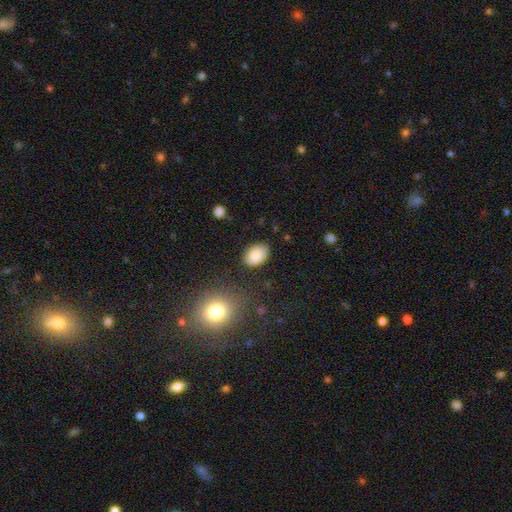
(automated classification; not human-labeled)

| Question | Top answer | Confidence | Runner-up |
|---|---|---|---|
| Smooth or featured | smooth | 85% | featured or disk (8%) |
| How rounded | in between | 82% | round (17%) |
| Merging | none | 83% | minor disturbance (12%) |